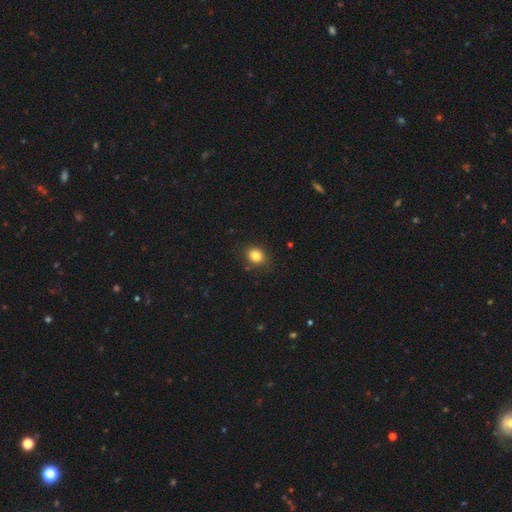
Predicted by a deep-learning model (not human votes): smooth 83%, star or artifact 11%, featured or disk 6%. Down the decision tree: how rounded — round (68%); merging — none (85%).